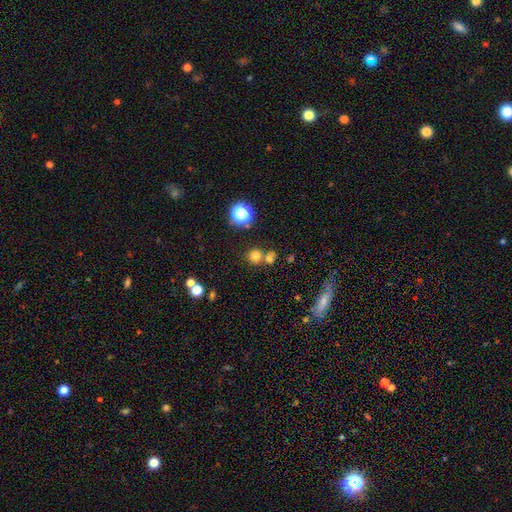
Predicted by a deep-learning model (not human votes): This is likely a smooth galaxy (72%). How rounded: clearly round (88%). Merging: likely none (62%).